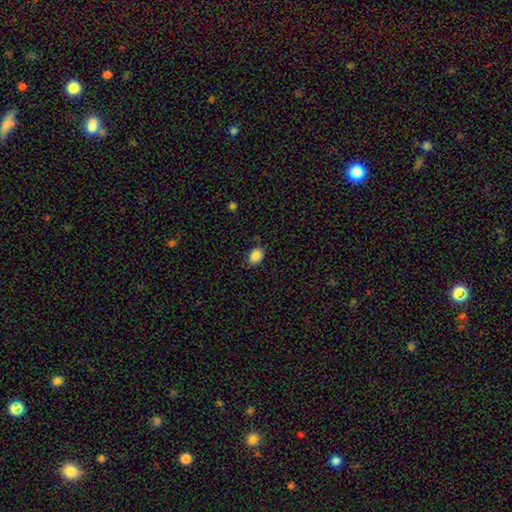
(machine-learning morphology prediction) This appears to be a smooth galaxy with no disk features (87%) that is in between round and cigar-shaped (76%). Merging: none (81%).